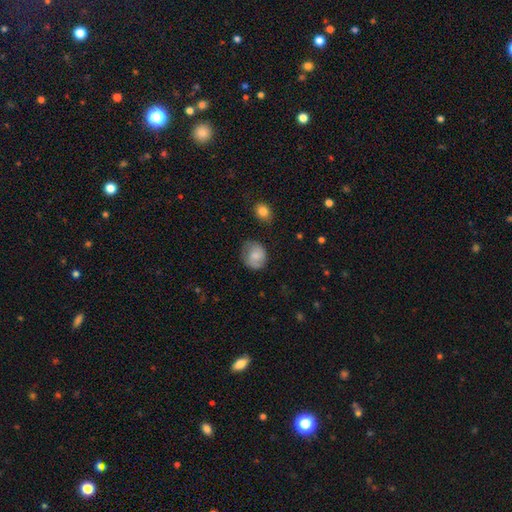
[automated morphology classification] A smooth galaxy with no disk features (74%) that is round (67%).

Vote fractions:
- Smooth or featured? smooth: 74% / featured or disk: 19% / star or artifact: 8%
- How rounded? round: 67% / in between: 32% / cigar-shaped: 1%
- Merging? none: 60% / minor disturbance: 30% / major disturbance: 9% / merger: 2%